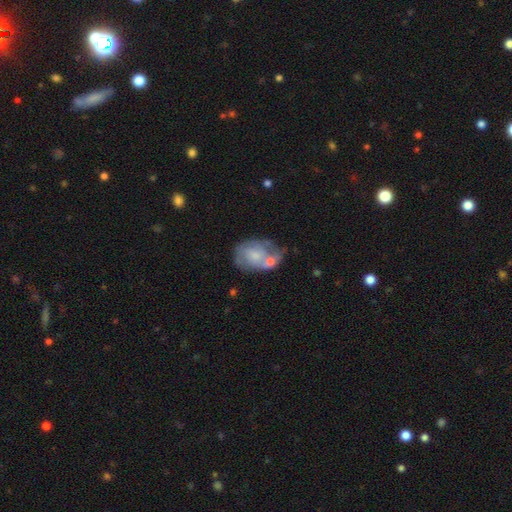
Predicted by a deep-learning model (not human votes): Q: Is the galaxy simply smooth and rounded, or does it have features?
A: featured or disk — 50%.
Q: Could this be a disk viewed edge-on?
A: no — 97%.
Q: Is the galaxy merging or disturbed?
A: merger — 39%.